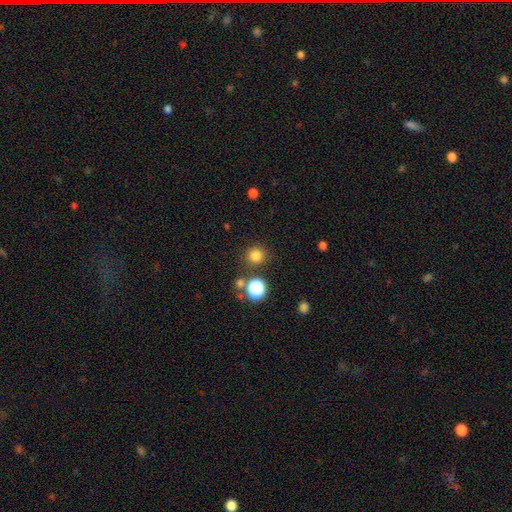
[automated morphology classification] smooth-or-featured: smooth: 79% | star or artifact: 16% | featured or disk: 5%
  how-rounded: round: 94% | in between: 5% | cigar-shaped: 1%
  merging: none: 85% | minor disturbance: 7% | merger: 5% | major disturbance: 3%